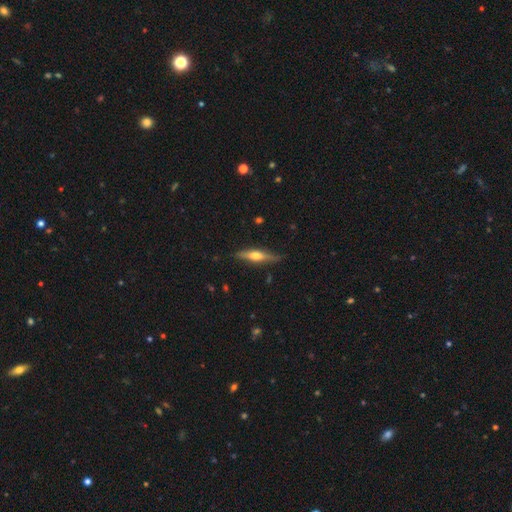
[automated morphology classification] Smooth or featured: featured or disk — 57% (smooth — 37%)
Edge-on disk: yes — 94% (no — 6%)
Edge-on bulge: rounded — 88% (boxy — 7%)
Merging: none — 83% (minor disturbance — 13%)